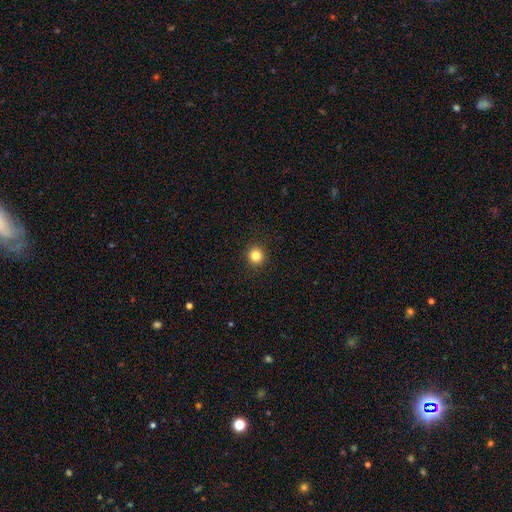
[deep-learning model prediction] Q: Smooth or featured?
A: smooth (83%); runner-up: star or artifact (12%)
Q: How rounded?
A: round (92%); runner-up: in between (7%)
Q: Merging?
A: none (92%); runner-up: minor disturbance (5%)